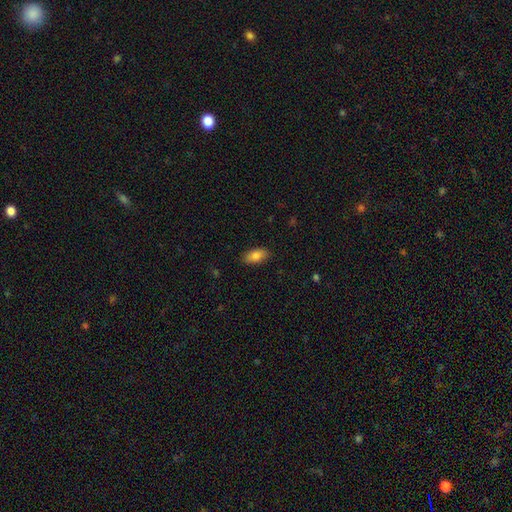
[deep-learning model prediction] Morphology: type=smooth (82%); roundness=in between (88%); merging=none (87%).